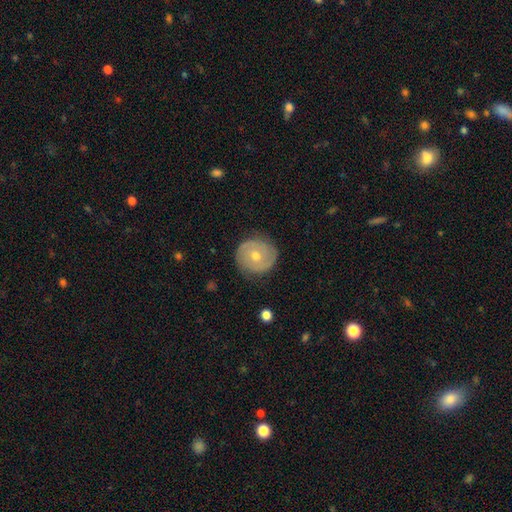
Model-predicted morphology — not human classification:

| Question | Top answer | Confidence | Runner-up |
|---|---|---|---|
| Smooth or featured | featured or disk | 59% | smooth (33%) |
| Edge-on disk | no | 96% | yes (4%) |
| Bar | no | 77% | weak (19%) |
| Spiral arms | yes | 68% | no (32%) |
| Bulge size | moderate | 63% | small (34%) |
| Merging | none | 86% | minor disturbance (10%) |